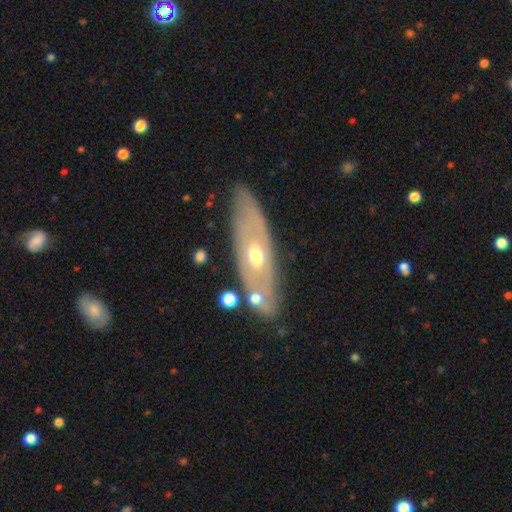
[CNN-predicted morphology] The model was most divided on "edge-on disk": no: 67%, yes: 33%. More confident: merging — none (78%); smooth or featured — featured or disk (66%).